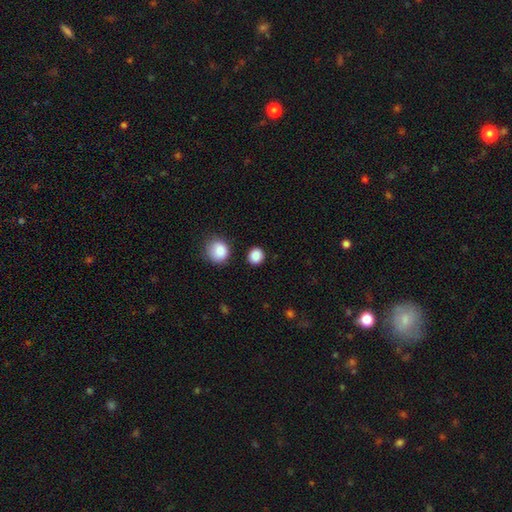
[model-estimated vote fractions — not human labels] This appears to be a smooth galaxy with no disk features (88%) that is round (83%). Merging: none (87%).